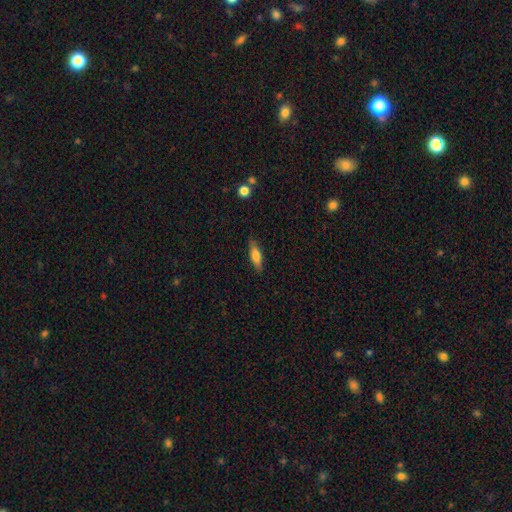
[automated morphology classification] The model was most divided on "how rounded": cigar-shaped: 58%, in between: 39%, round: 2%. More confident: merging — none (85%); smooth or featured — smooth (65%).